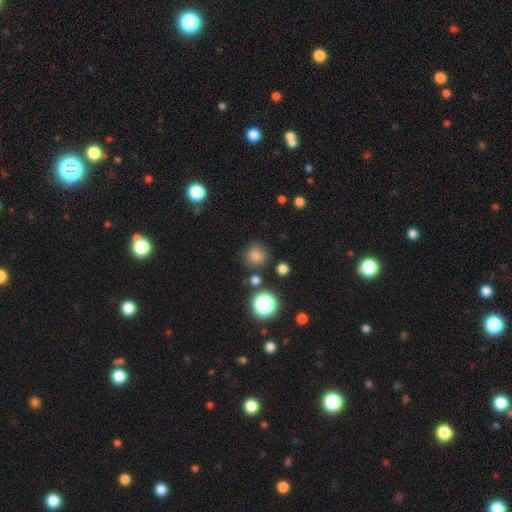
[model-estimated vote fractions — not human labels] This is likely a smooth galaxy (78%). How rounded: clearly round (92%). Merging: clearly none (83%).